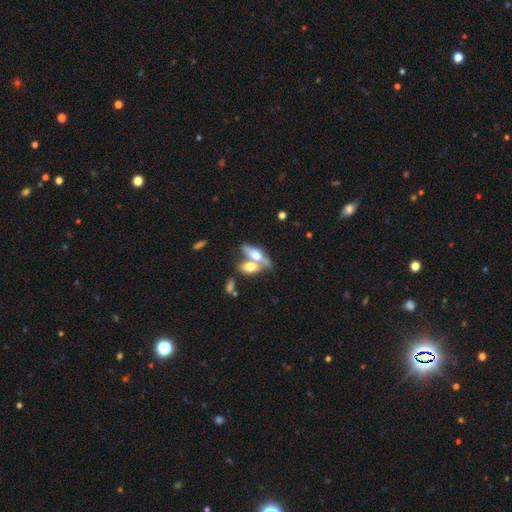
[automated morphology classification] Q: Smooth or featured?
A: smooth (51%); runner-up: featured or disk (42%)
Q: How rounded?
A: in between (71%); runner-up: cigar-shaped (24%)
Q: Merging?
A: merger (57%); runner-up: none (31%)